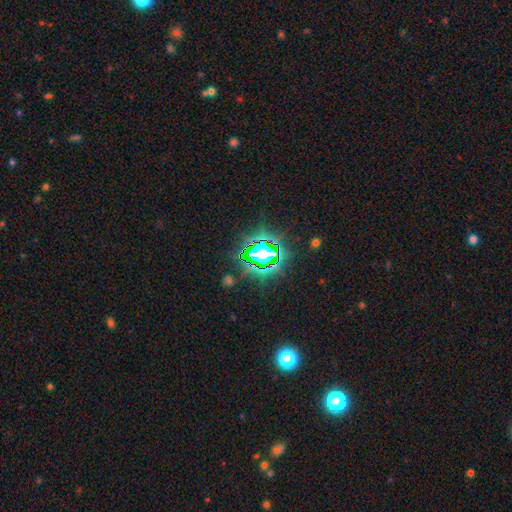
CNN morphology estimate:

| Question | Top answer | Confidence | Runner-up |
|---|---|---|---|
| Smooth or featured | star or artifact | 82% | smooth (11%) |